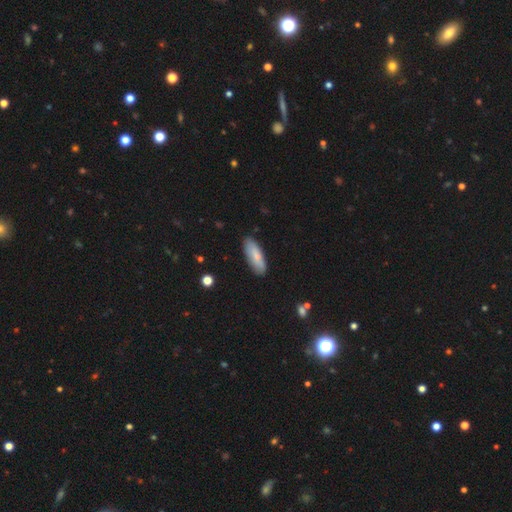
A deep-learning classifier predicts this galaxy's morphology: Q: Smooth or featured?
A: smooth (75%); runner-up: featured or disk (20%)
Q: How rounded?
A: in between (65%); runner-up: cigar-shaped (33%)
Q: Merging?
A: none (84%); runner-up: minor disturbance (12%)